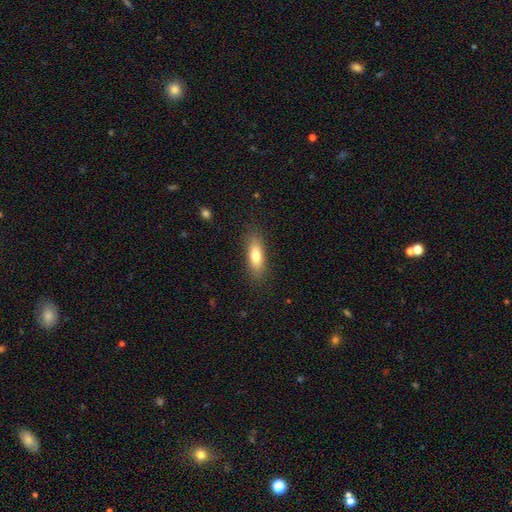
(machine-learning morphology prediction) A smooth galaxy with no disk features (77%) that is in between round and cigar-shaped (60%). Merging: none (84%).